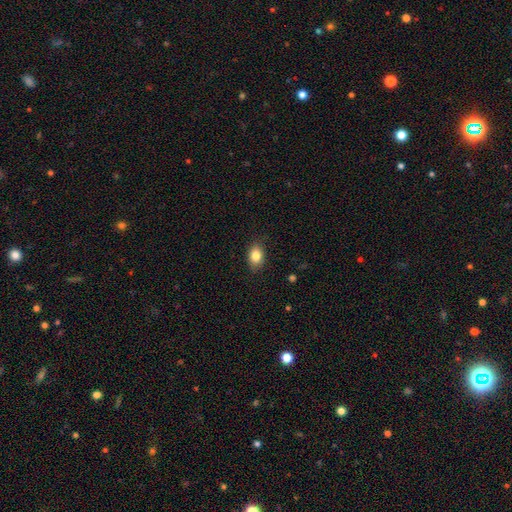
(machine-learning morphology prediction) This appears to be a smooth galaxy with no disk features (83%) that is in between round and cigar-shaped (76%). Merging: none (86%).